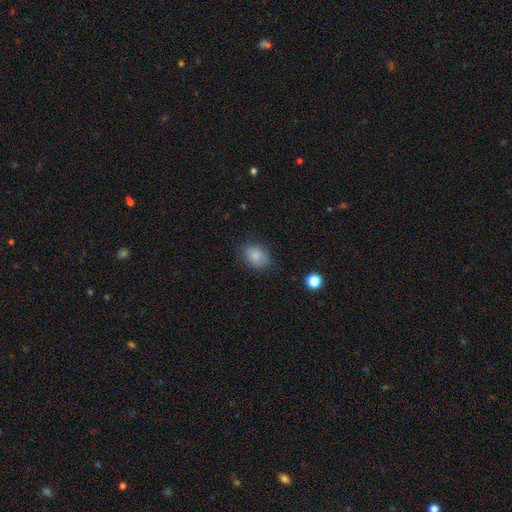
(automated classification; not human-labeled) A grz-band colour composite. It shows a smooth galaxy with no disk features (84%) that is in between round and cigar-shaped (71%). Merging: none (80%).